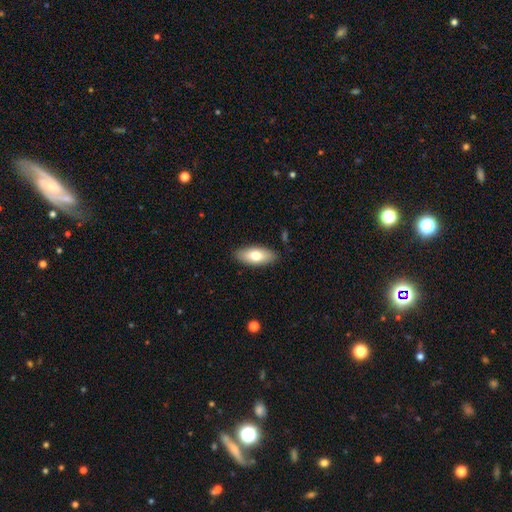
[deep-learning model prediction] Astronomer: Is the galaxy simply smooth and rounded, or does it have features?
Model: smooth — 72%.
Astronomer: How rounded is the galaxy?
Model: in between — 85%.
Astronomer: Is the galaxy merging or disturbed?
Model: none — 87%.